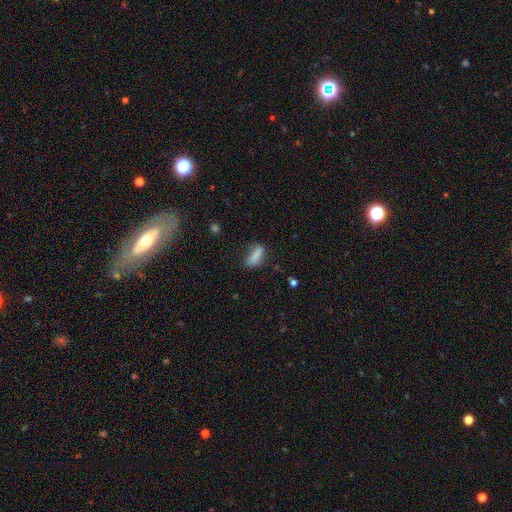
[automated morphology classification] This appears to be a smooth galaxy with no disk features (80%) that is in between round and cigar-shaped (58%). Merging: none (59%).